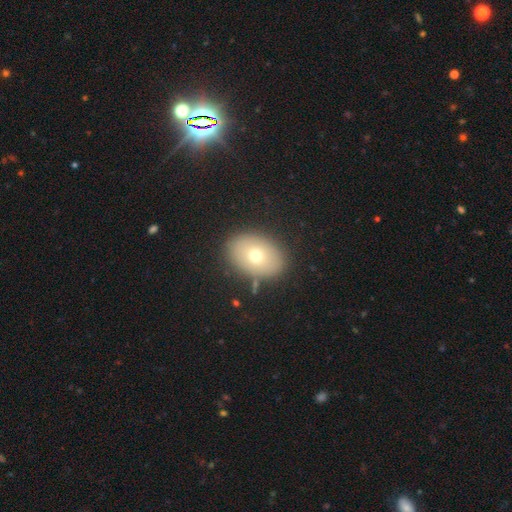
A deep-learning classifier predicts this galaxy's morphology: Smooth or featured? smooth (68%)
How rounded? in between (72%)
Merging? none (86%)